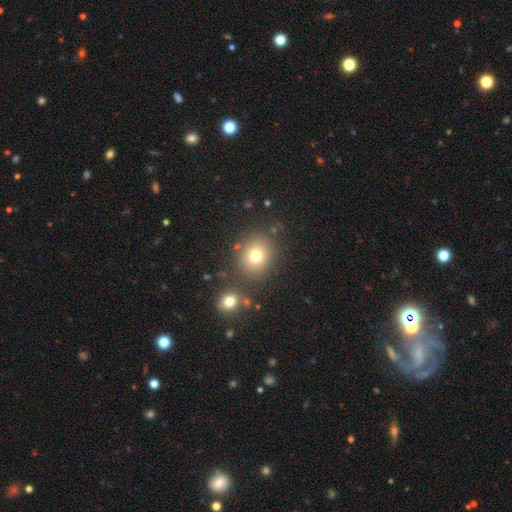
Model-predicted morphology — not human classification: This is likely a smooth galaxy (74%). How rounded: likely round (78%). Merging: likely none (78%).